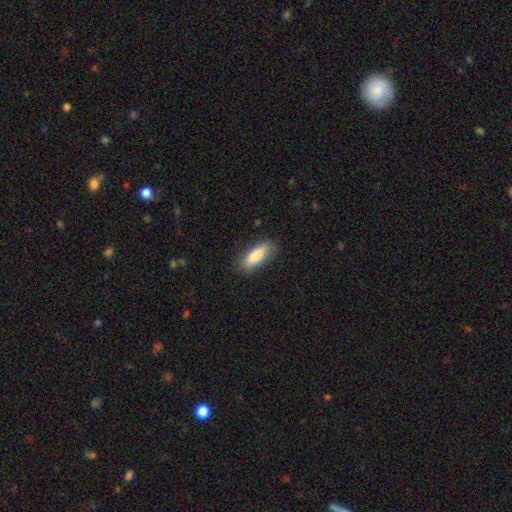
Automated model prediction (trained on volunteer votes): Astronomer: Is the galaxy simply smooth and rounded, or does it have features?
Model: smooth — 83%.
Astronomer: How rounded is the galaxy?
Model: in between — 64%.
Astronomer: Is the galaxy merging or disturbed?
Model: none — 84%.